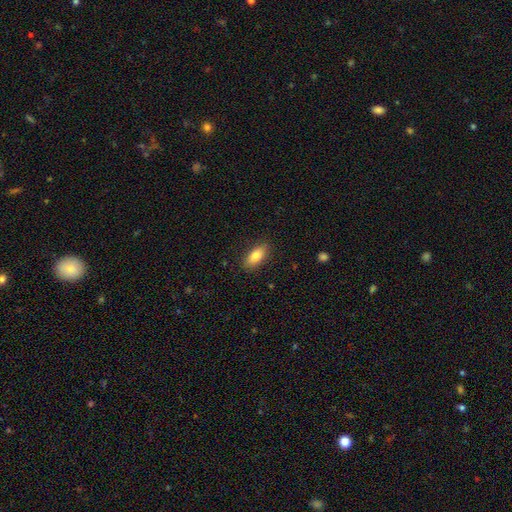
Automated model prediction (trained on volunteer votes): Smooth or featured: smooth — 83% (featured or disk — 10%)
How rounded: in between — 86% (cigar-shaped — 11%)
Merging: none — 87% (minor disturbance — 9%)